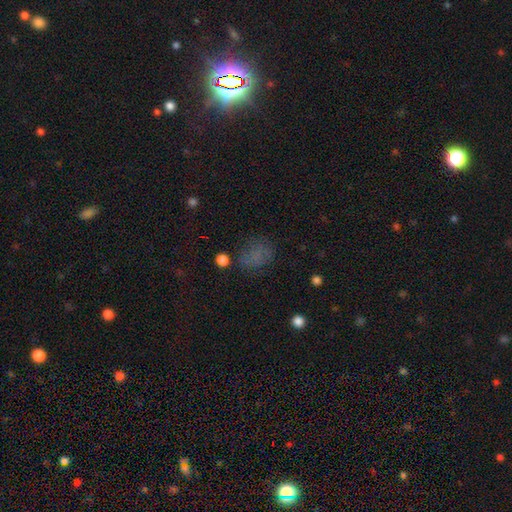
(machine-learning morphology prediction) A smooth galaxy with no disk features (65%) that is in between round and cigar-shaped (53%).

Vote fractions:
- Smooth or featured? smooth: 65% / star or artifact: 22% / featured or disk: 12%
- How rounded? in between: 53% / round: 46% / cigar-shaped: 1%
- Merging? none: 63% / minor disturbance: 20% / major disturbance: 13% / merger: 4%